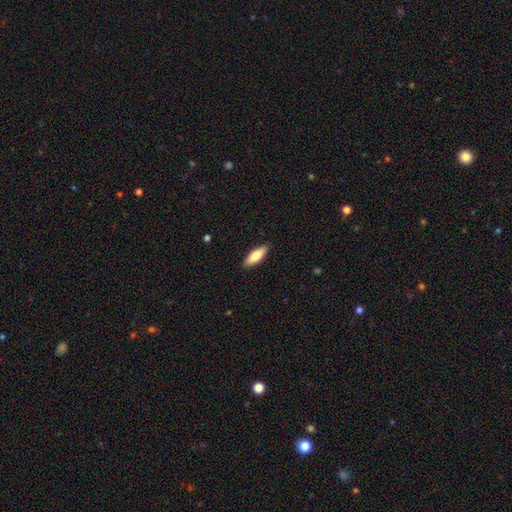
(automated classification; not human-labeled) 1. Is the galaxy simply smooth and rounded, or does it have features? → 78% smooth, 17% featured or disk, 6% star or artifact.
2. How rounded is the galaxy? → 63% in between, 35% cigar-shaped, 2% round.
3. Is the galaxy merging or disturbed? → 89% none, 9% minor disturbance, 2% major disturbance, 1% merger.